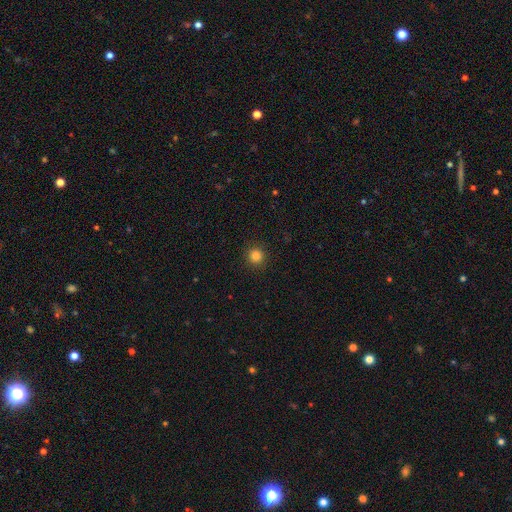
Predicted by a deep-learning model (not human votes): A smooth galaxy with no disk features (83%) that is round (95%). Merging: none (92%).